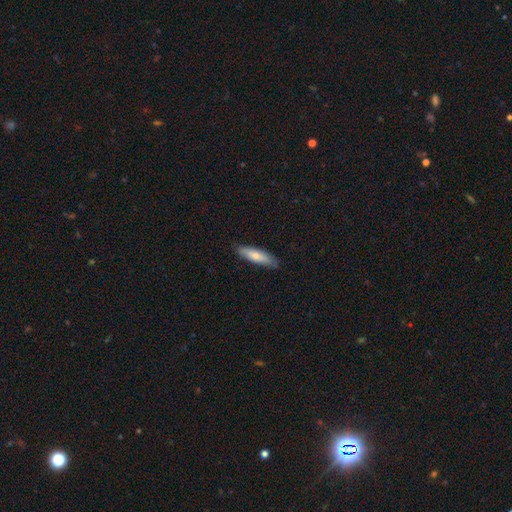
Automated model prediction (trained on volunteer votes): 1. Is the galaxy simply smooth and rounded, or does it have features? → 72% smooth, 22% featured or disk, 5% star or artifact.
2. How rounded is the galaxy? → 69% cigar-shaped, 29% in between, 2% round.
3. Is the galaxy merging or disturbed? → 83% none, 13% minor disturbance, 2% major disturbance, 1% merger.